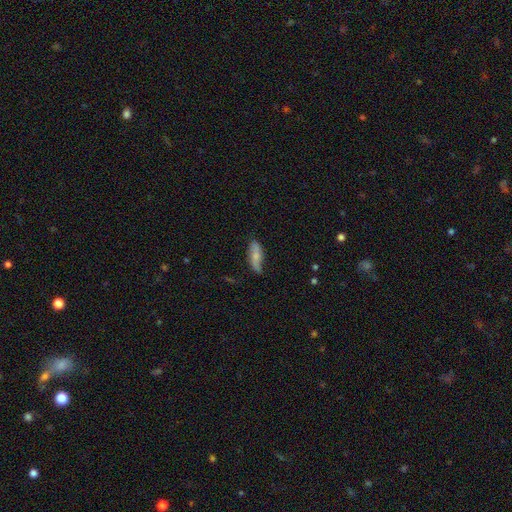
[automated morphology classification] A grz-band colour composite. It shows a smooth galaxy with no disk features (58%) that is in between round and cigar-shaped (63%). Merging: none (68%).